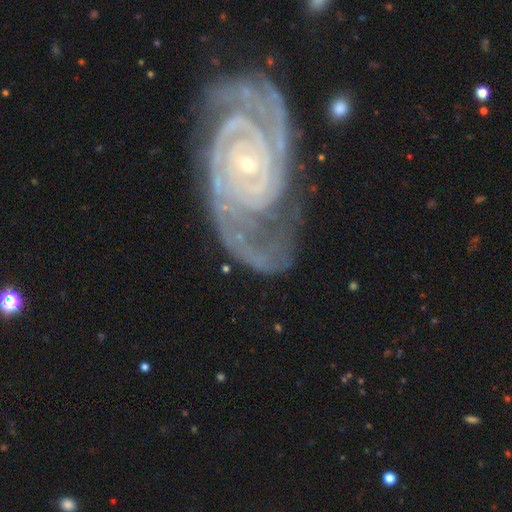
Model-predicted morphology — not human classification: This is clearly a featured or disk galaxy (92%). It is clearly not viewed edge-on (97%). Bar: likely no (66%). Spiral arm pattern: clearly yes (98%). Spiral arm count: likely 2 (63%). Spiral winding: likely tight (77%). Central bulge: clearly small (84%). Merging: likely none (64%).